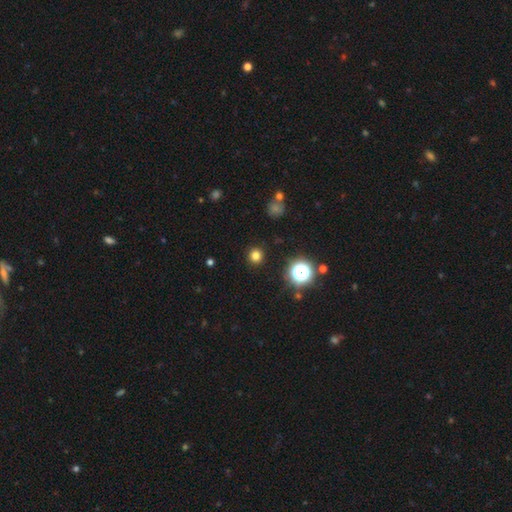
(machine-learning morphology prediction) Overall: smooth (76%). How rounded: round (94%). Merging: none (91%).